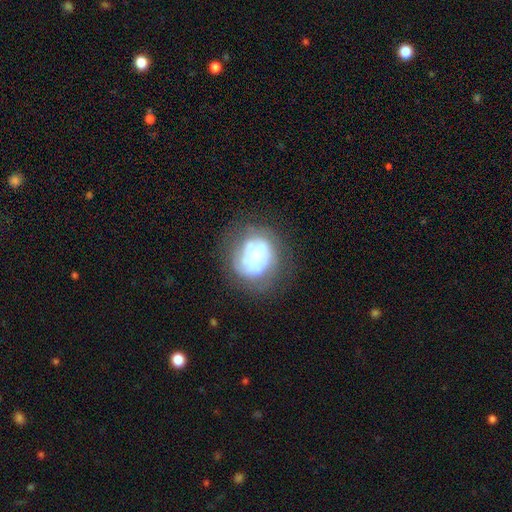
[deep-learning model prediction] Smooth or featured? featured or disk (58%)
Edge-on disk? no (98%)
Bar? no (79%)
Spiral arms? no (77%)
Bulge size? small (32%)
Merging? none (50%)